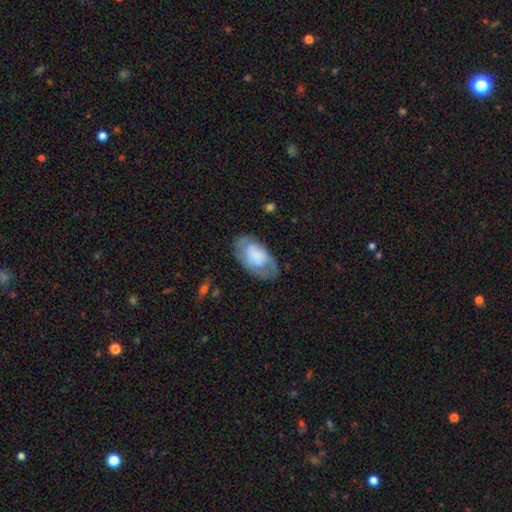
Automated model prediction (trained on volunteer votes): Smooth or featured? Predicted: smooth (p=0.54). How rounded? Predicted: in between (p=0.94). Merging? Predicted: none (p=0.65).